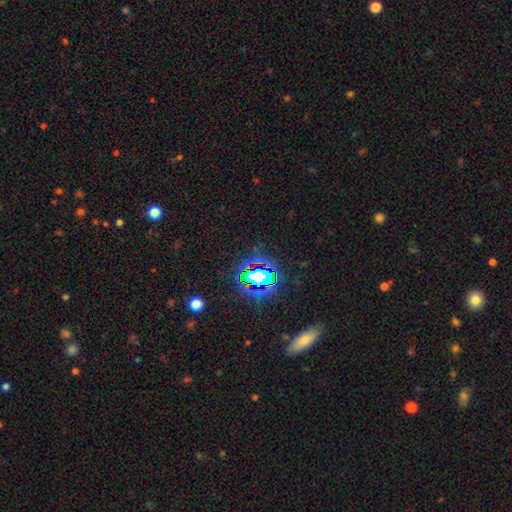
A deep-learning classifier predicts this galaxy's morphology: A star or artifact, not a galaxy (77%).

Vote fractions:
- Smooth or featured? star or artifact: 77% / smooth: 14% / featured or disk: 9%